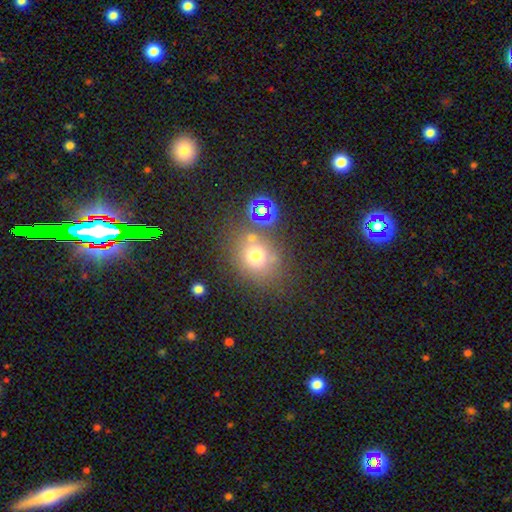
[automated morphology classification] Smooth or featured: smooth — 67% (star or artifact — 20%)
How rounded: round — 72% (in between — 27%)
Merging: none — 63% (merger — 17%)